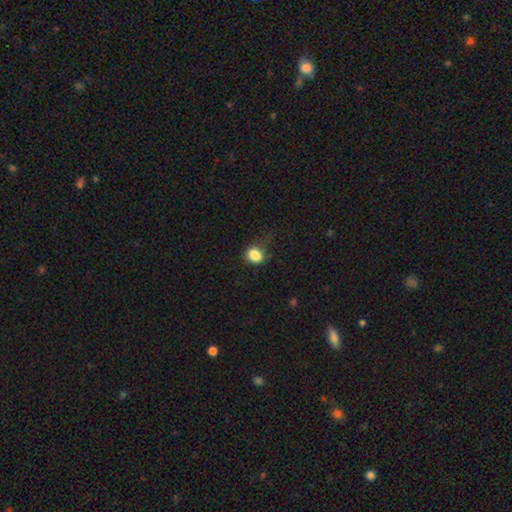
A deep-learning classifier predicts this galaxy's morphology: A smooth galaxy with no disk features (85%) that is in between round and cigar-shaped (59%).

Vote fractions:
- Smooth or featured? smooth: 85% / star or artifact: 10% / featured or disk: 5%
- How rounded? in between: 59% / round: 40% / cigar-shaped: 1%
- Merging? none: 59% / minor disturbance: 28% / major disturbance: 11% / merger: 2%